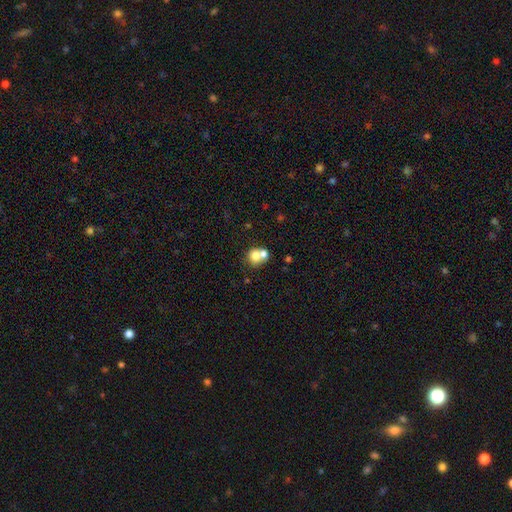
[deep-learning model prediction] Smooth or featured?
  - smooth: 74% *
  - featured or disk: 15%
  - star or artifact: 10%
How rounded?
  - round: 76% *
  - in between: 23%
  - cigar-shaped: 1%
Merging?
  - merger: 53% *
  - none: 36%
  - minor disturbance: 8%
  - major disturbance: 4%